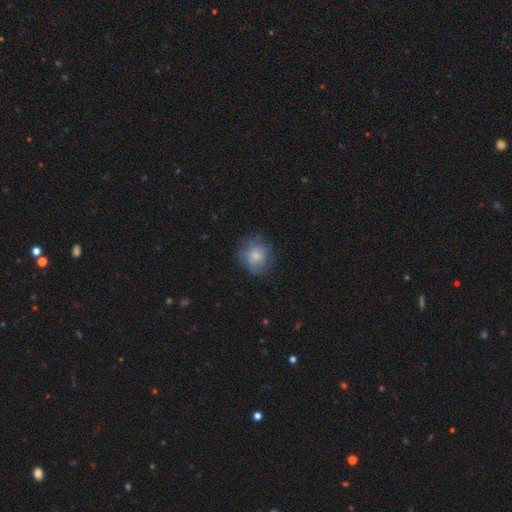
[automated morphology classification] A smooth galaxy with no disk features (72%) that is round (78%).

Vote fractions:
- Smooth or featured? smooth: 72% / featured or disk: 19% / star or artifact: 9%
- How rounded? round: 78% / in between: 21% / cigar-shaped: 1%
- Merging? none: 69% / minor disturbance: 22% / major disturbance: 9% / merger: 1%